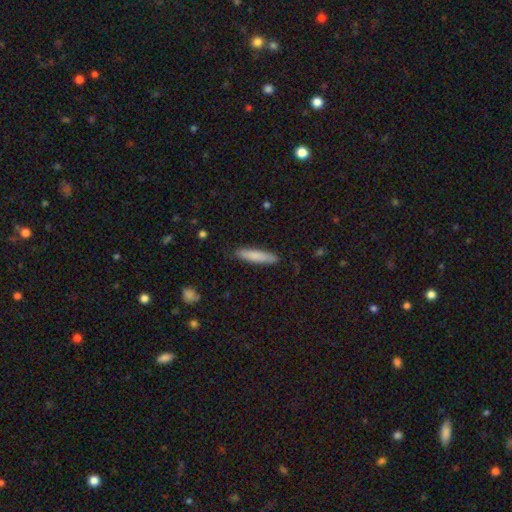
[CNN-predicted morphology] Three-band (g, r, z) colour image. It shows a smooth galaxy with no disk features (81%) that is cigar-shaped (88%). Merging: none (88%).